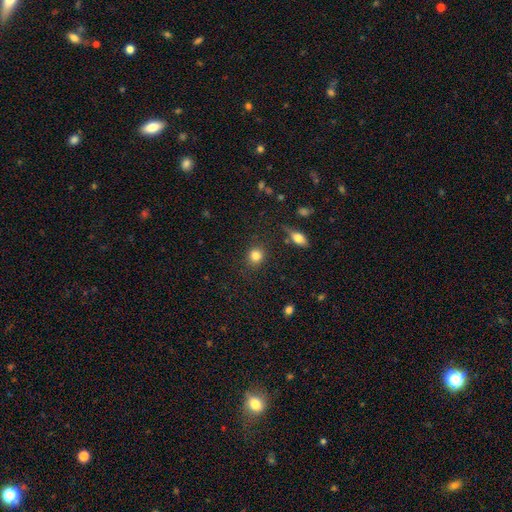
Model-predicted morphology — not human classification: type=smooth (83%); roundness=round (83%); merging=none (85%).